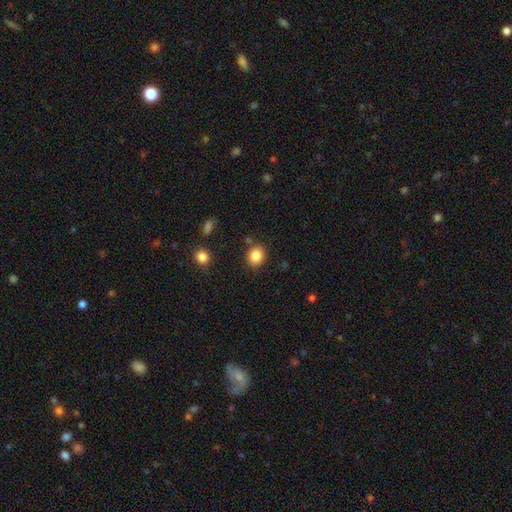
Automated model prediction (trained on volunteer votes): The model was most divided on "how rounded": round: 66%, in between: 33%, cigar-shaped: 1%. More confident: smooth or featured — smooth (85%); merging — none (83%).